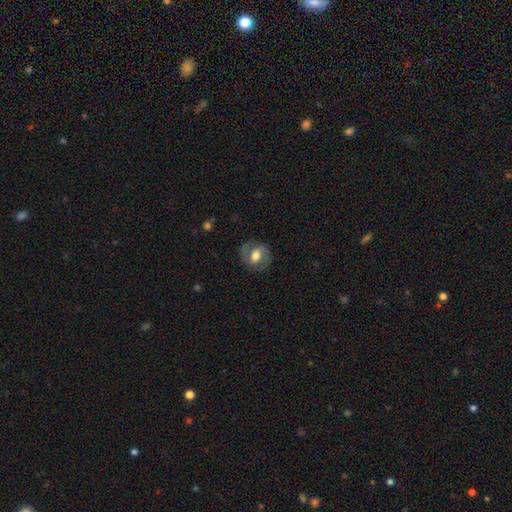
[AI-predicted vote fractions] Smooth or featured: featured or disk — 60% (smooth — 34%)
Edge-on disk: no — 96% (yes — 4%)
Bar: weak — 41% (no — 34%)
Spiral arms: yes — 72% (no — 28%)
Bulge size: moderate — 57% (large — 30%)
Merging: none — 76% (minor disturbance — 15%)